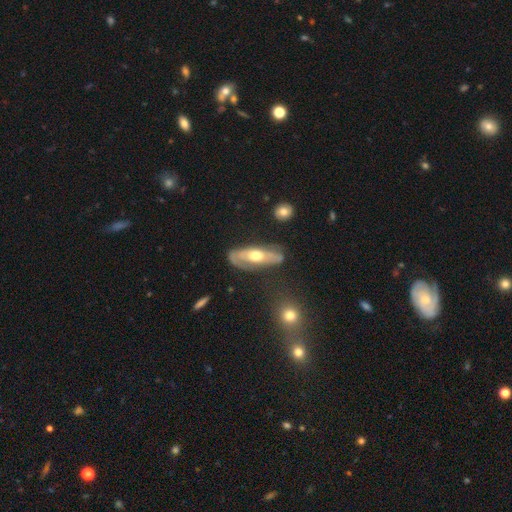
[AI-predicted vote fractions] Smooth or featured: featured or disk — 65% (smooth — 30%)
Edge-on disk: no — 74% (yes — 26%)
Merging: none — 66% (minor disturbance — 21%)